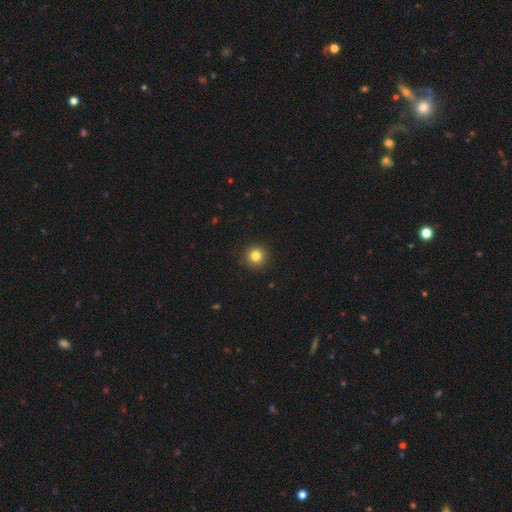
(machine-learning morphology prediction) Smooth or featured? smooth (83%)
How rounded? round (96%)
Merging? none (93%)